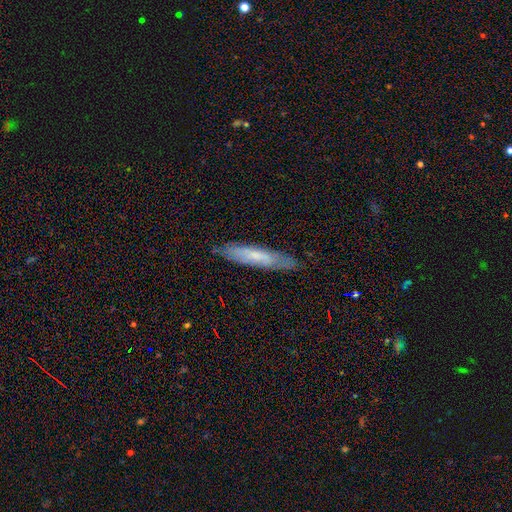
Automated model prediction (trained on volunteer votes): Smooth or featured: smooth — 50% (featured or disk — 43%)
How rounded: cigar-shaped — 84% (in between — 15%)
Merging: none — 81% (minor disturbance — 15%)